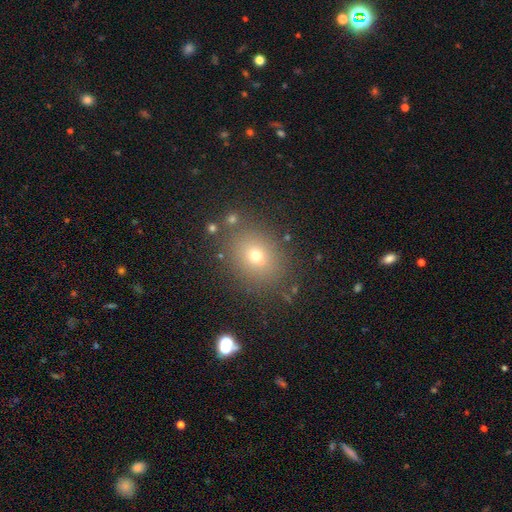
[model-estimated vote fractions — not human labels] A smooth galaxy with no disk features (65%) that is round (54%).

Vote fractions:
- Smooth or featured? smooth: 65% / star or artifact: 20% / featured or disk: 15%
- How rounded? round: 54% / in between: 45% / cigar-shaped: 1%
- Merging? none: 78% / minor disturbance: 11% / merger: 6% / major disturbance: 5%